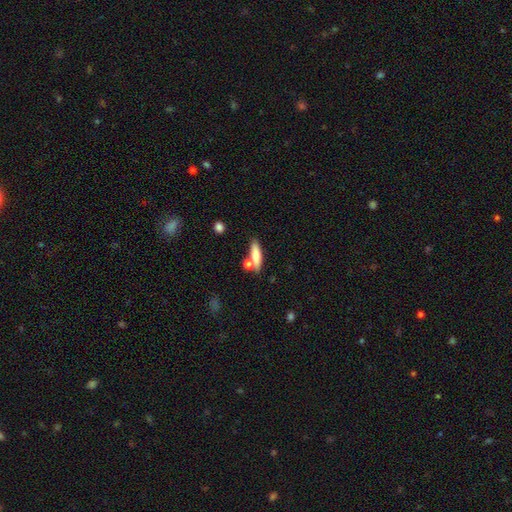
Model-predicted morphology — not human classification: Smooth or featured: smooth — 70% (featured or disk — 23%)
How rounded: cigar-shaped — 65% (in between — 32%)
Merging: none — 64% (merger — 19%)